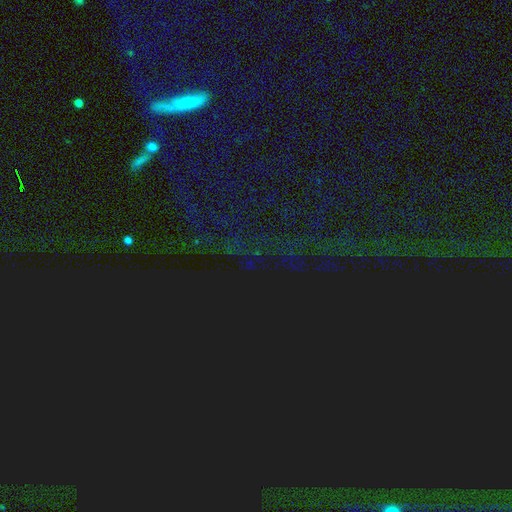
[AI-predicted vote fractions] Smooth or featured? Predicted: star or artifact (p=0.82).